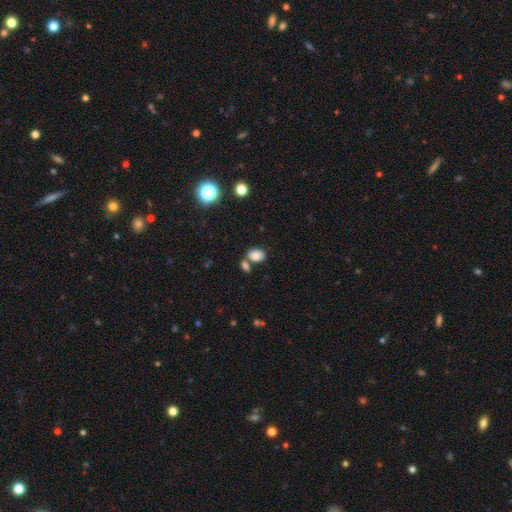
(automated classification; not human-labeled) This is clearly a smooth galaxy (83%). How rounded: likely in between (79%). Merging: possibly none (55%).